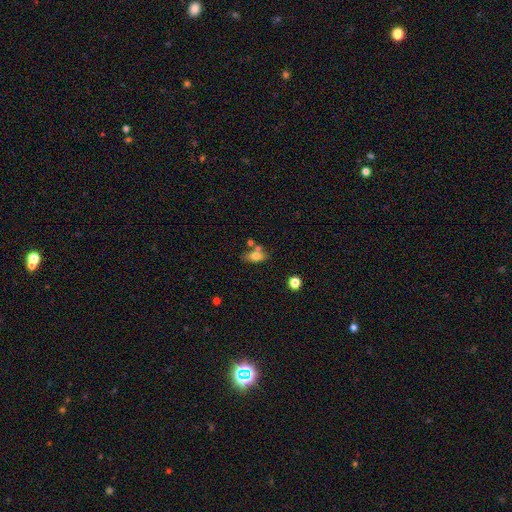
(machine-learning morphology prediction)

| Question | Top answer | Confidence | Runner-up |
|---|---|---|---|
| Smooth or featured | smooth | 71% | featured or disk (19%) |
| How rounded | in between | 80% | round (11%) |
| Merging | none | 59% | merger (21%) |